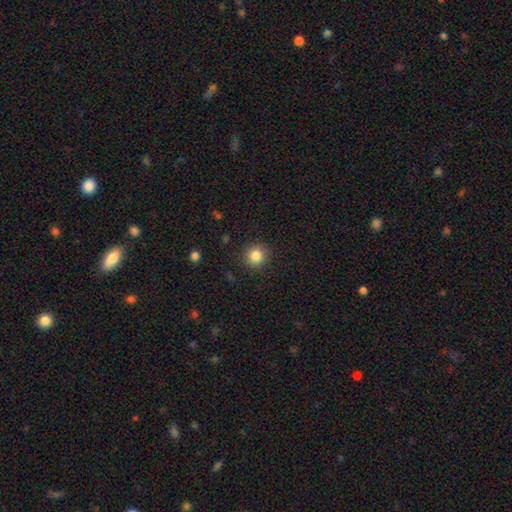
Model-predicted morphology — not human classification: smooth 84%, star or artifact 11%, featured or disk 6%. Down the decision tree: how rounded — round (91%); merging — none (90%).